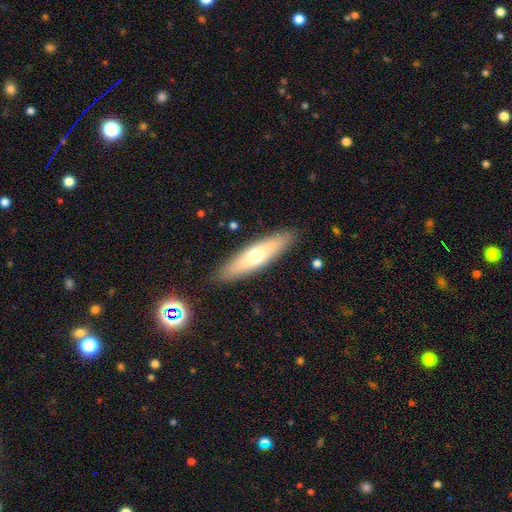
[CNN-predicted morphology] smooth-or-featured: smooth: 54% | featured or disk: 40% | star or artifact: 6%
  how-rounded: cigar-shaped: 68% | in between: 30% | round: 2%
  merging: none: 88% | minor disturbance: 9% | major disturbance: 2% | merger: 1%